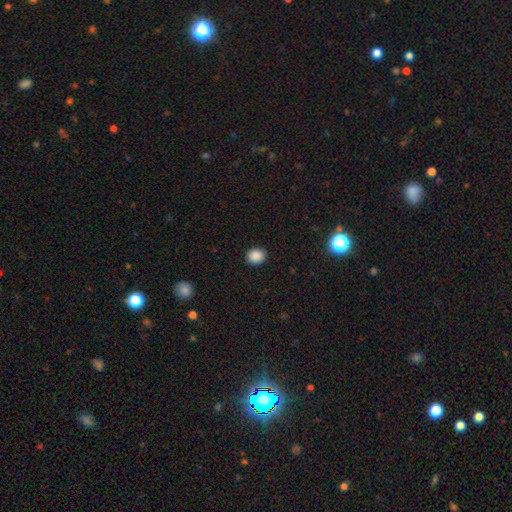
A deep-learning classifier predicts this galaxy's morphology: Smooth or featured? Predicted: smooth (p=0.88). How rounded? Predicted: round (p=0.73). Merging? Predicted: none (p=0.91).